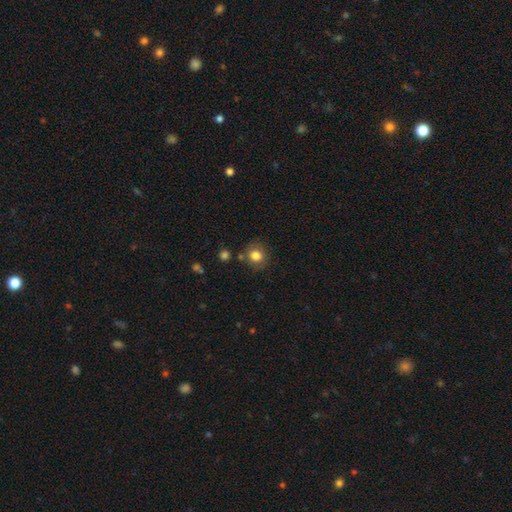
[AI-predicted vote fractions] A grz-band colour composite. It shows a smooth galaxy with no disk features (81%) that is round (81%). Merging: none (79%).